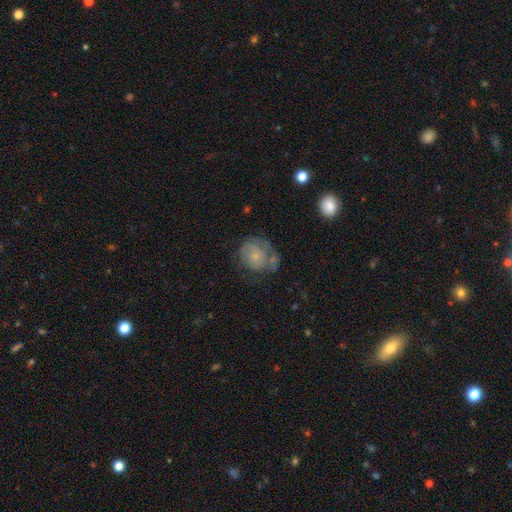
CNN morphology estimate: A featured or disk galaxy (46%, tied with smooth).

Vote fractions:
- Smooth or featured? featured or disk: 46% (tied) / smooth: 46% (tied) / star or artifact: 9%
- Merging? none: 44% / minor disturbance: 26% / major disturbance: 22% / merger: 8%